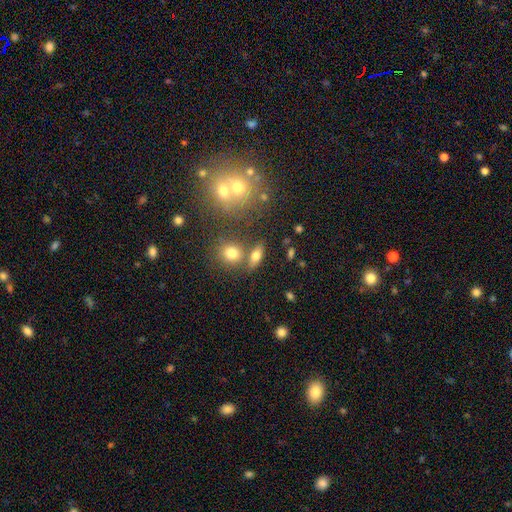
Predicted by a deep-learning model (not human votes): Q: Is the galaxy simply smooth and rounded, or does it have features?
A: smooth — 68%.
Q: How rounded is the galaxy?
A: in between — 67%.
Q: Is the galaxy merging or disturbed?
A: none — 68%.